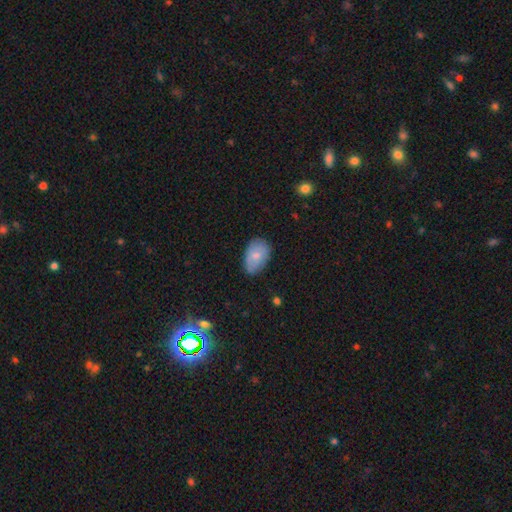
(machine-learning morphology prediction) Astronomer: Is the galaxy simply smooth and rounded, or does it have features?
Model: smooth — 77%.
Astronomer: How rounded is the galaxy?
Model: in between — 90%.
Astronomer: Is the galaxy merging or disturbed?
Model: none — 72%.